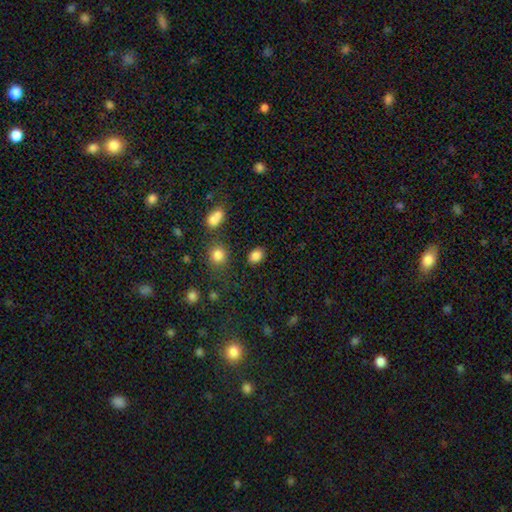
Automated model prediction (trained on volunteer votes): A smooth galaxy with no disk features (84%) that is in between round and cigar-shaped (69%). Merging: none (83%).